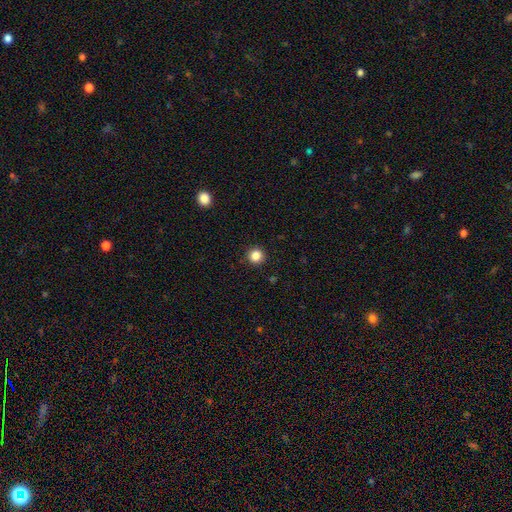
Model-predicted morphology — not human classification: This appears to be a smooth galaxy with no disk features (85%) that is round (94%). Merging: none (92%).